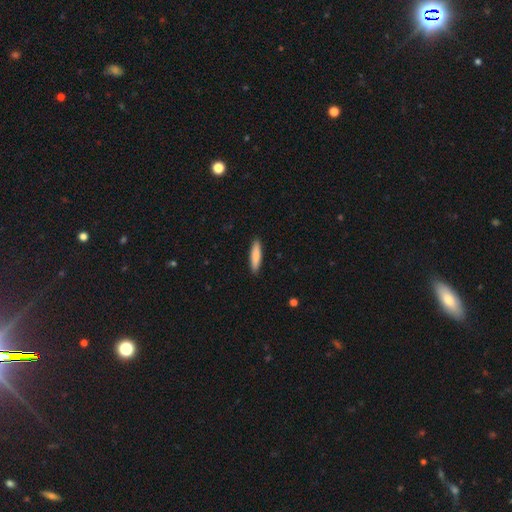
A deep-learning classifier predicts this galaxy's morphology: Overall: smooth (85%). How rounded: cigar-shaped (78%). Merging: none (91%).